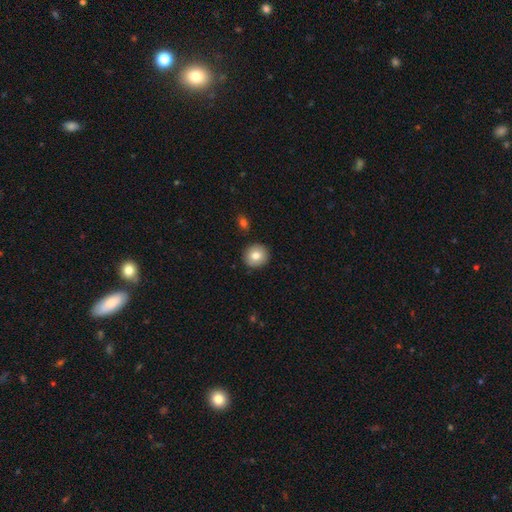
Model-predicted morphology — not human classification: Smooth or featured? smooth (80%)
How rounded? round (90%)
Merging? none (90%)